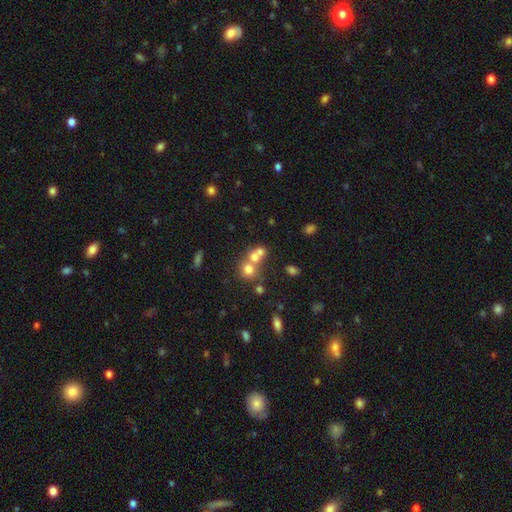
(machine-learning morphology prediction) This is likely a smooth galaxy (65%). How rounded: likely round (77%). Merging: possibly merger (57%).